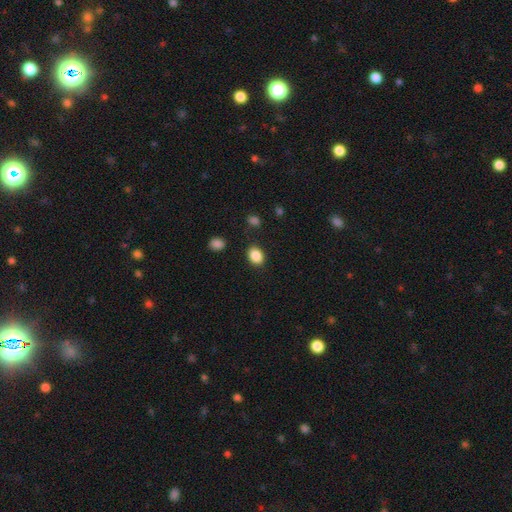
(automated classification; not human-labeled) The model was most divided on "how rounded": in between: 66%, round: 33%, cigar-shaped: 1%. More confident: smooth or featured — smooth (88%); merging — none (86%).